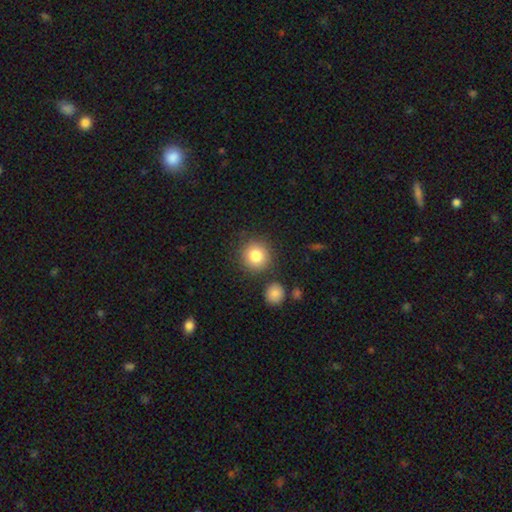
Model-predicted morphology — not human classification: Smooth or featured? smooth (82%)
How rounded? round (93%)
Merging? none (83%)